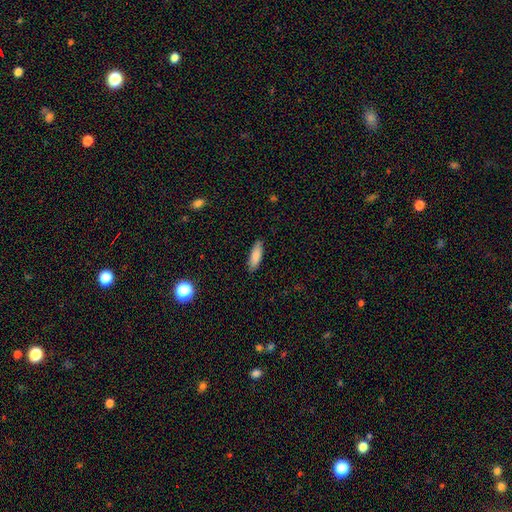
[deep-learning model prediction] Q: Smooth or featured?
A: smooth (86%); runner-up: featured or disk (7%)
Q: How rounded?
A: in between (59%); runner-up: cigar-shaped (39%)
Q: Merging?
A: none (85%); runner-up: minor disturbance (12%)